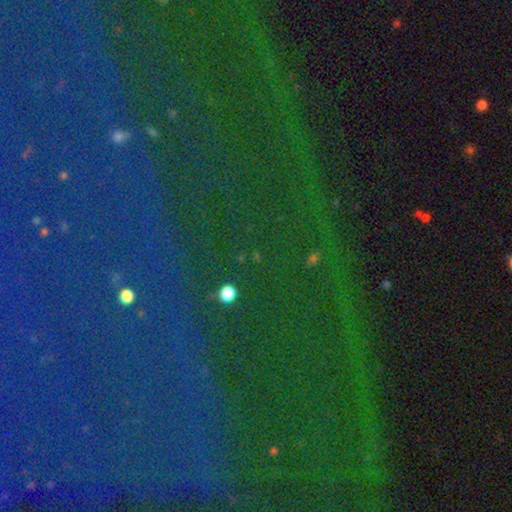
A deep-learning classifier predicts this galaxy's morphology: smooth-or-featured: star or artifact: 81% | smooth: 10% | featured or disk: 9%